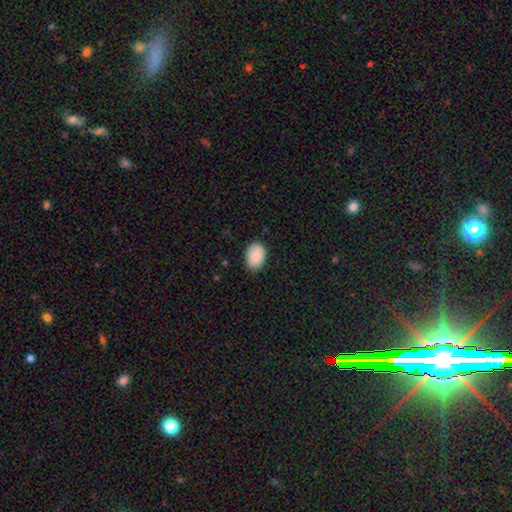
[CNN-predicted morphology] Smooth or featured? smooth (88%)
How rounded? in between (79%)
Merging? none (84%)